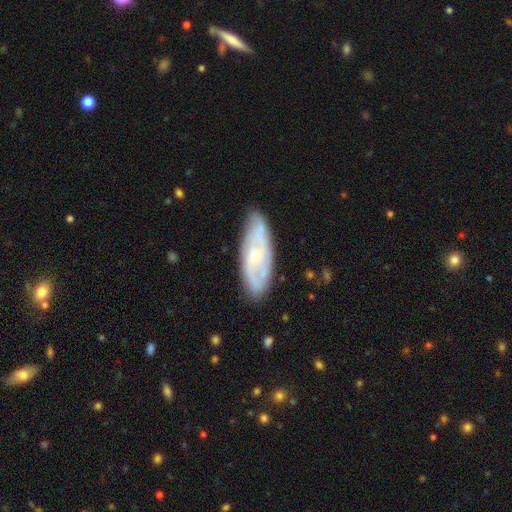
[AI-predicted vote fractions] Morphology: type=featured or disk (65%); edge-on=no (86%); bar=no (63%); spiral arms=yes (83%); bulge=small (58%); merging=none (77%).